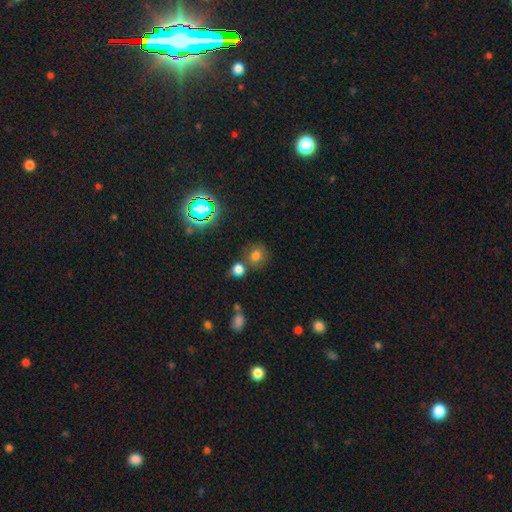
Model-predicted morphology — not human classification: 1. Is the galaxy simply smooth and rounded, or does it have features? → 67% smooth, 22% star or artifact, 11% featured or disk.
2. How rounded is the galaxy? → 77% round, 21% in between, 1% cigar-shaped.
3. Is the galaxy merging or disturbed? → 62% none, 20% merger, 12% minor disturbance, 5% major disturbance.